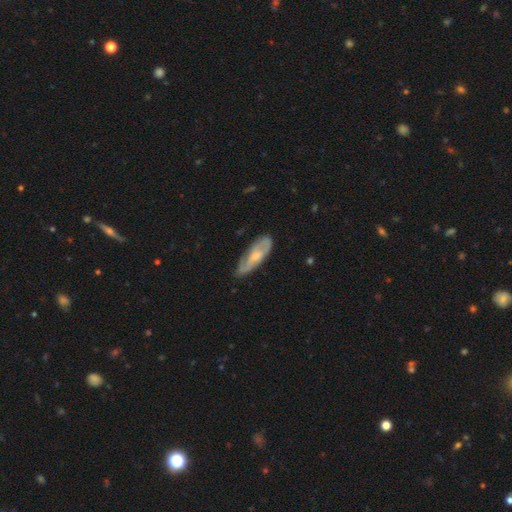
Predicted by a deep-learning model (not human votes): This is possibly a featured or disk galaxy (58%). It is likely not viewed edge-on (79%). Merging: likely none (67%).